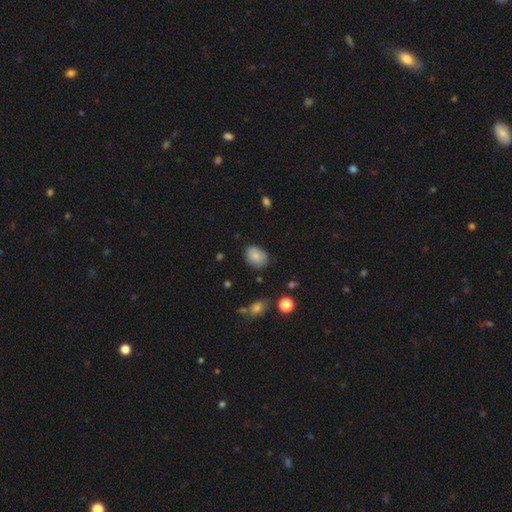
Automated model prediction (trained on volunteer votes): Overall: smooth (83%). How rounded: in between (66%; round 33%). Merging: none (69%).